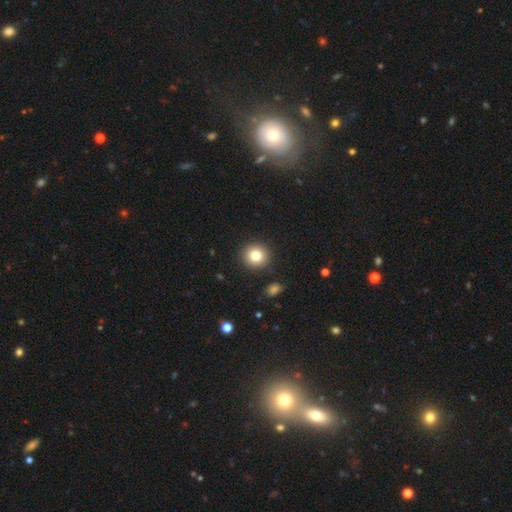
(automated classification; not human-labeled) This appears to be a smooth galaxy with no disk features (81%) that is round (92%). Merging: none (90%).